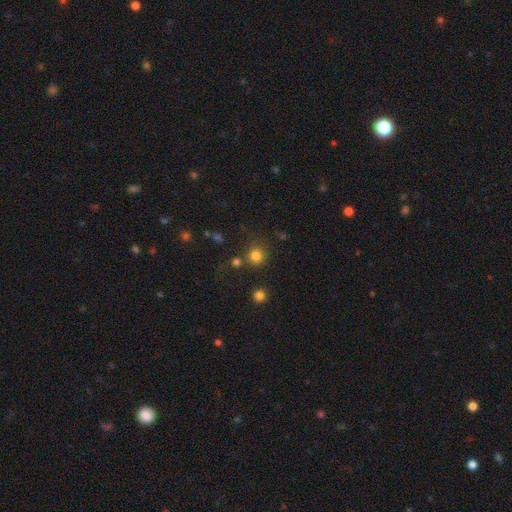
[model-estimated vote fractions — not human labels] Smooth or featured: smooth — 80% (star or artifact — 15%)
How rounded: round — 92% (in between — 7%)
Merging: none — 77% (merger — 10%)